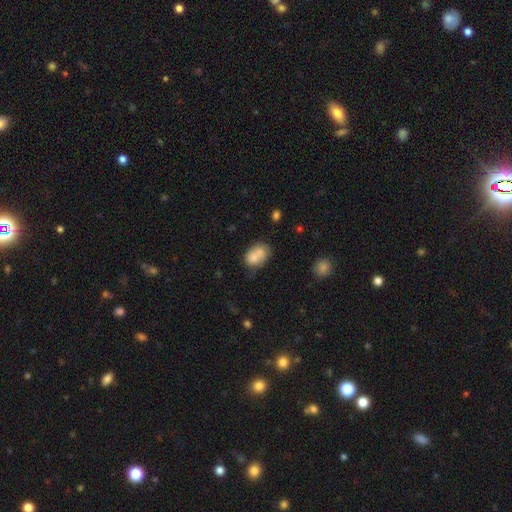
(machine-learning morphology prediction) smooth_or_featured: smooth (p=0.75) [alt: featured or disk p=0.16]
how_rounded: in between (p=0.77) [alt: round p=0.21]
merging: merger (p=0.41) [alt: none p=0.35]